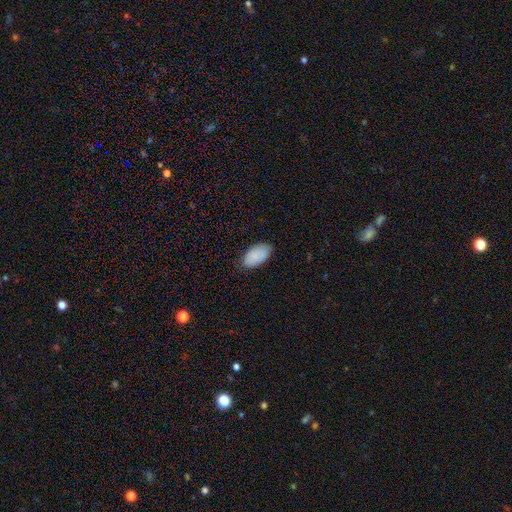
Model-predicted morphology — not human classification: Smooth or featured?
  - smooth: 86% *
  - featured or disk: 7%
  - star or artifact: 6%
How rounded?
  - in between: 95% *
  - round: 3%
  - cigar-shaped: 2%
Merging?
  - none: 81% *
  - minor disturbance: 15%
  - major disturbance: 3%
  - merger: 1%